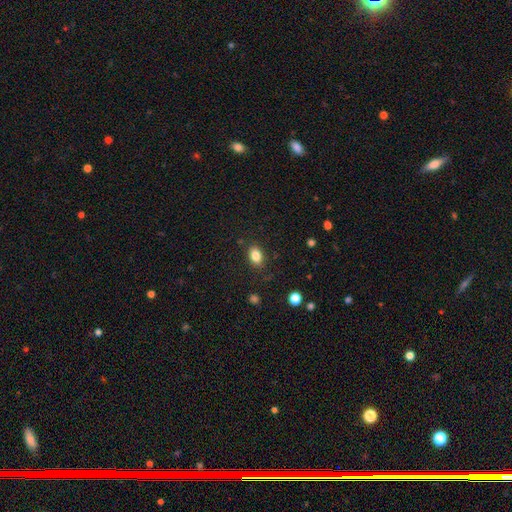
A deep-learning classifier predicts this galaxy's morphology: smooth 85%, star or artifact 10%, featured or disk 6%. Down the decision tree: how rounded — in between (79%); merging — none (84%).